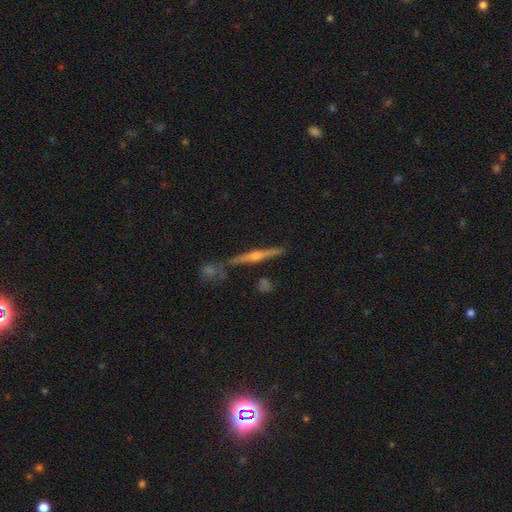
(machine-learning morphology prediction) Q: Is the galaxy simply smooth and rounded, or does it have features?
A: featured or disk — 72%.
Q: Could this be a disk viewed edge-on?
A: yes — 94%.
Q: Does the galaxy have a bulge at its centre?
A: rounded — 81%.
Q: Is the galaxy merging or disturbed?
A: none — 72%.